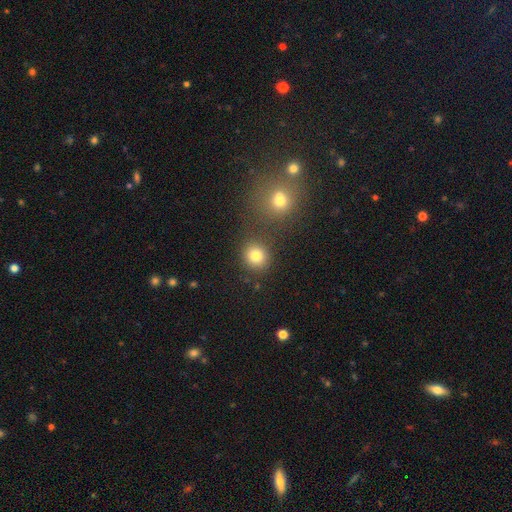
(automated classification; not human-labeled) Smooth or featured? smooth (80%)
How rounded? round (85%)
Merging? none (80%)